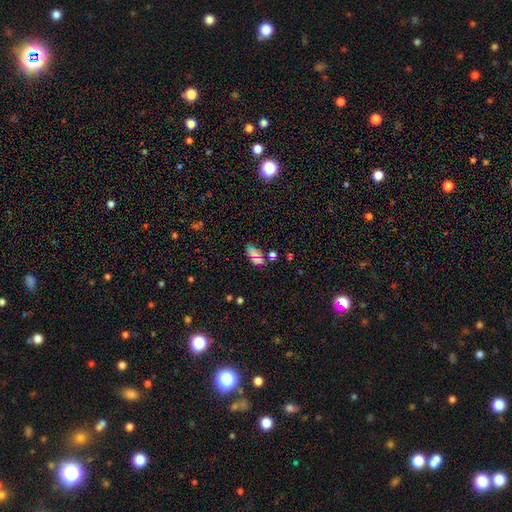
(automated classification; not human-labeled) Smooth or featured? smooth (61%)
How rounded? in between (88%)
Merging? none (77%)